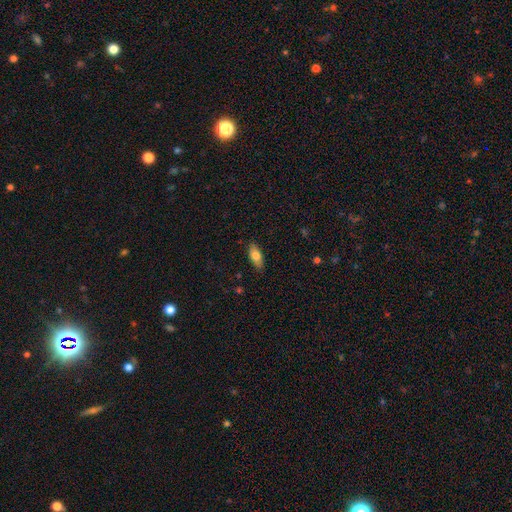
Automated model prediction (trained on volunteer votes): Smooth or featured? Predicted: smooth (p=0.77). How rounded? Predicted: in between (p=0.84). Merging? Predicted: none (p=0.85).